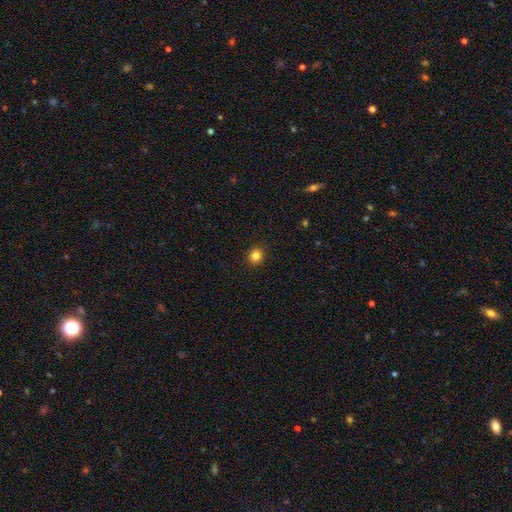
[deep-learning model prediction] This is clearly a smooth galaxy (83%). How rounded: clearly round (88%). Merging: clearly none (92%).